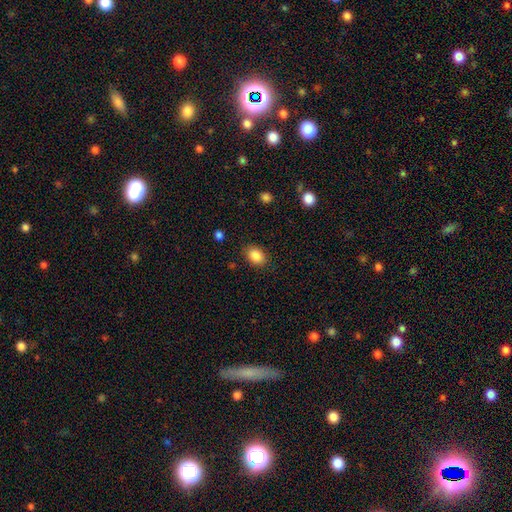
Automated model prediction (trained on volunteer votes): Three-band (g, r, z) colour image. It shows a smooth galaxy with no disk features (87%) that is in between round and cigar-shaped (73%). Merging: none (86%).